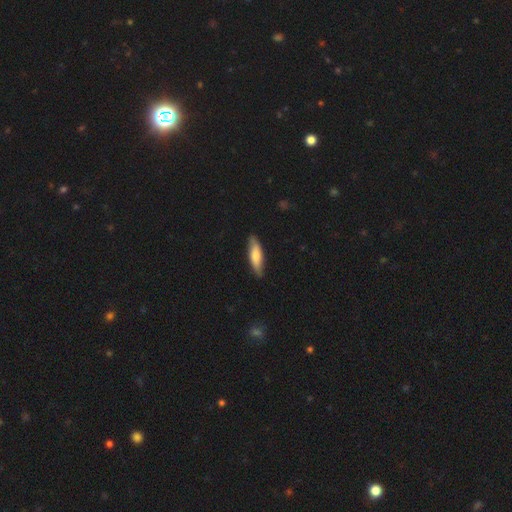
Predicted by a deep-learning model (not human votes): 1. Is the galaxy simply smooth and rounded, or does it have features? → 72% smooth, 22% featured or disk, 5% star or artifact.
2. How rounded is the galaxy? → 63% cigar-shaped, 36% in between, 2% round.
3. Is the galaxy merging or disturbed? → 84% none, 13% minor disturbance, 2% major disturbance, 1% merger.